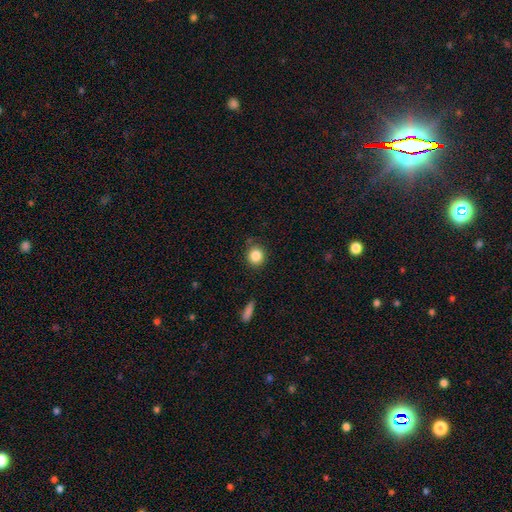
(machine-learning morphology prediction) Smooth or featured? Predicted: smooth (p=0.85). How rounded? Predicted: round (p=0.89). Merging? Predicted: none (p=0.82).